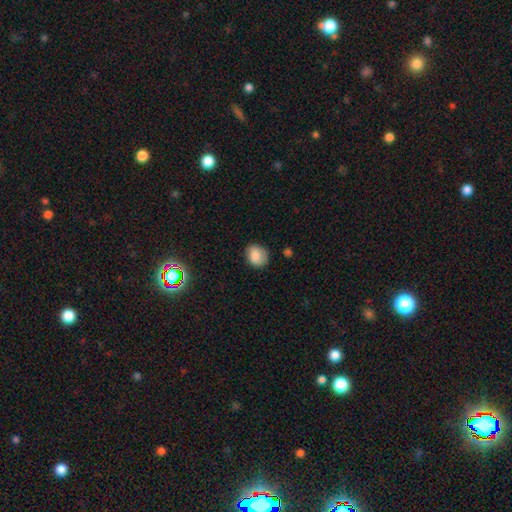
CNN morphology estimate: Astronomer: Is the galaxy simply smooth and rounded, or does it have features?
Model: smooth — 80%.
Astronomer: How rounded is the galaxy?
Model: round — 59% (runner-up: in between, 40%).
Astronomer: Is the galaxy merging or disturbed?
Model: none — 76%.